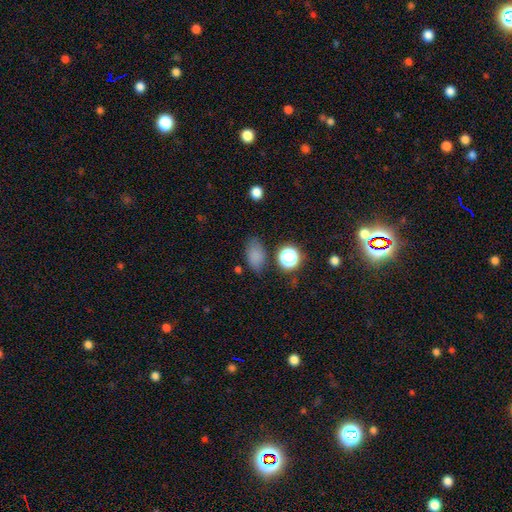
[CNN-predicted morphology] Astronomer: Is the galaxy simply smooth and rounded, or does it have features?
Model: smooth — 79%.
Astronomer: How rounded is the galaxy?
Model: in between — 84%.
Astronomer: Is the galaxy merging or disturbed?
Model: none — 72%.